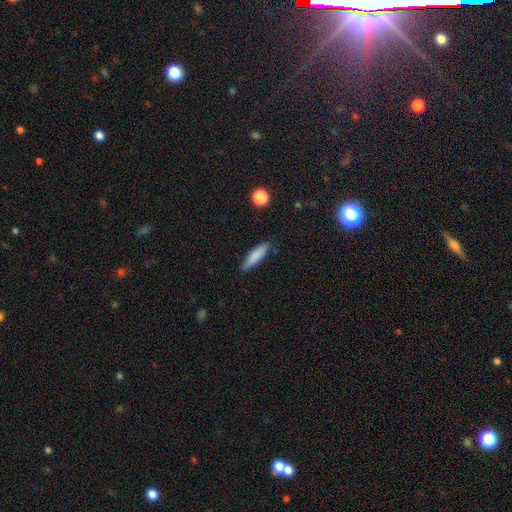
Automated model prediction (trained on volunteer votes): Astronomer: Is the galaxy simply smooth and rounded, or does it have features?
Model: smooth — 83%.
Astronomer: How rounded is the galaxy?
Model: cigar-shaped — 72%.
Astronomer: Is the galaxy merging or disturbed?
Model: none — 85%.